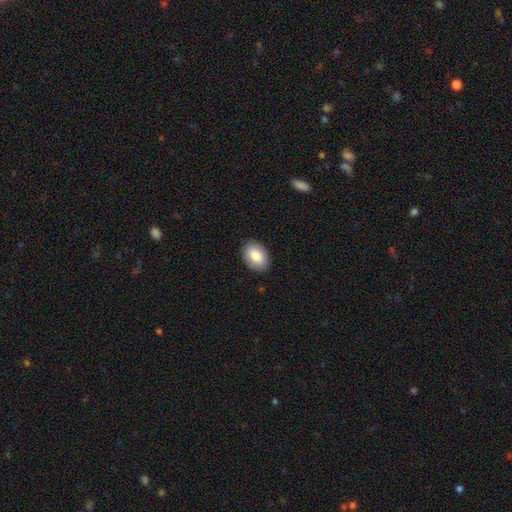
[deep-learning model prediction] Smooth or featured? smooth (84%)
How rounded? in between (87%)
Merging? none (89%)